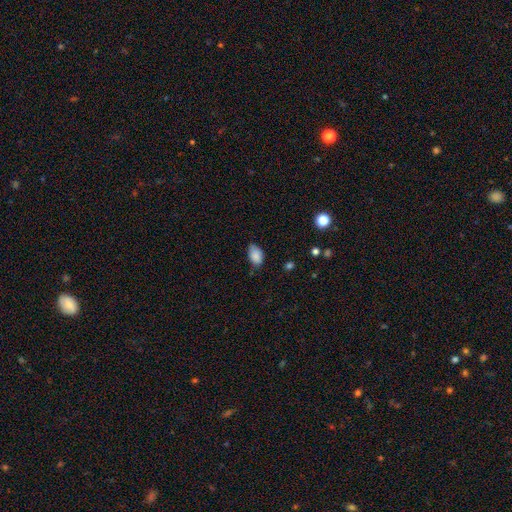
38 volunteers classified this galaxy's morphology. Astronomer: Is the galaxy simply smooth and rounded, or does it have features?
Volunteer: smooth — 92%.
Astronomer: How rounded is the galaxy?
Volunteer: in between — 86%.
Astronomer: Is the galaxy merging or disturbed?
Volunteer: none — 69%.